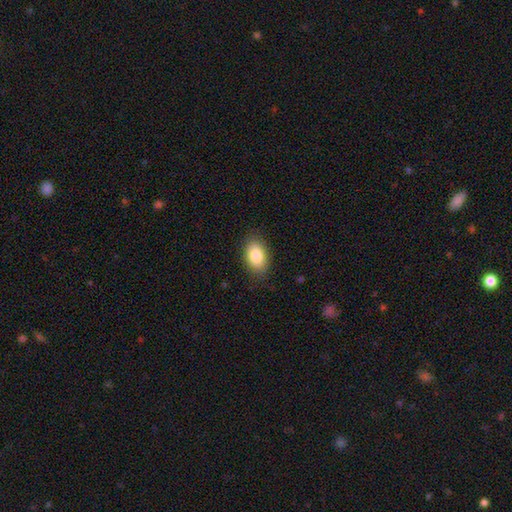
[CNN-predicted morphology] smooth 85%, featured or disk 8%, star or artifact 7%. Down the decision tree: how rounded — in between (91%); merging — none (86%).